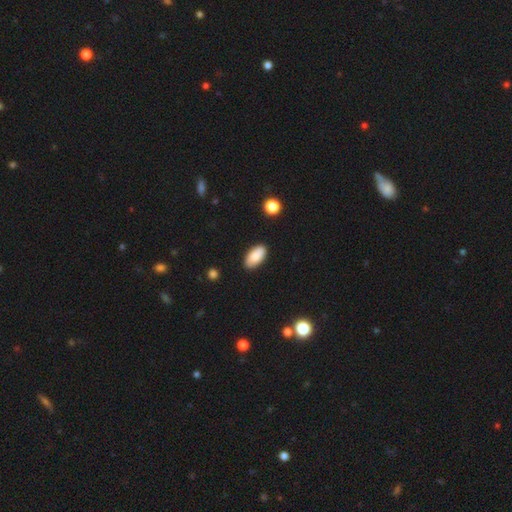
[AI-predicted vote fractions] A smooth galaxy with no disk features (87%) that is in between round and cigar-shaped (93%). Merging: none (87%).